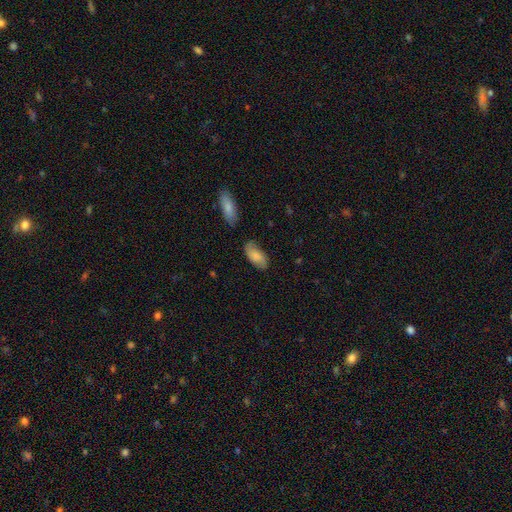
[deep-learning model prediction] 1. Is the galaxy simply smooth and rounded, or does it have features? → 72% smooth, 21% featured or disk, 7% star or artifact.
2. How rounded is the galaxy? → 92% in between, 6% cigar-shaped, 3% round.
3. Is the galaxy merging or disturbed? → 68% none, 23% minor disturbance, 6% major disturbance, 4% merger.